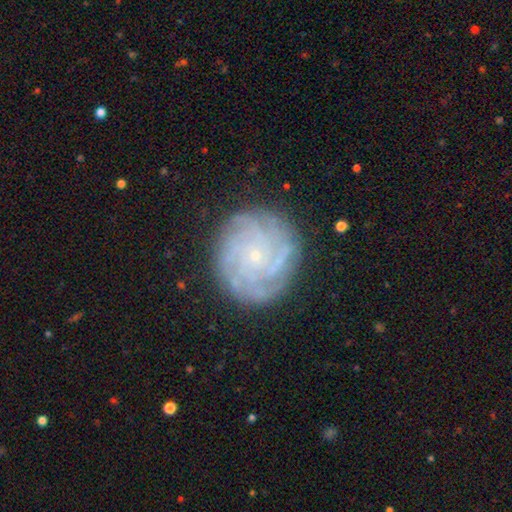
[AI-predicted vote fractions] Smooth or featured?
  - featured or disk: 80% *
  - smooth: 12%
  - star or artifact: 8%
Edge-on disk?
  - no: 98% *
  - yes: 2%
Bar?
  - no: 81% *
  - weak: 15%
  - strong: 4%
Spiral arms?
  - yes: 96% *
  - no: 4%
Spiral winding?
  - tight: 78% *
  - medium: 18%
  - loose: 4%
Spiral arm count?
  - can't tell: 26% *
  - 4: 25%
  - more than 4: 22%
  - 3: 12%
  - 2: 8%
  - 1: 7%
Bulge size?
  - small: 87% *
  - moderate: 9%
  - none: 2%
  - large: 1%
  - dominant: 1%
Merging?
  - none: 83% *
  - minor disturbance: 12%
  - major disturbance: 4%
  - merger: 1%